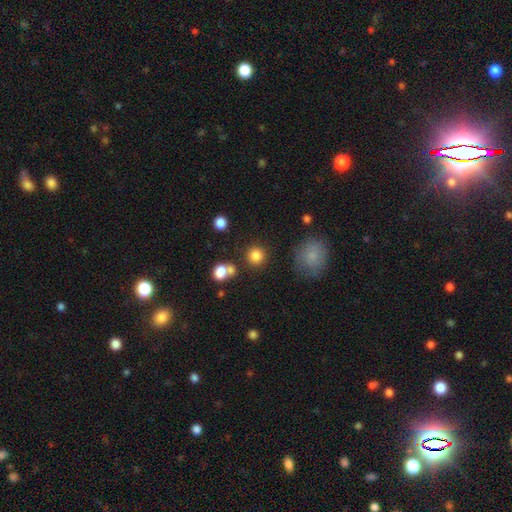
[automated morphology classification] The model was most divided on "smooth or featured": smooth: 83%, star or artifact: 12%, featured or disk: 5%. More confident: how rounded — round (93%); merging — none (82%).